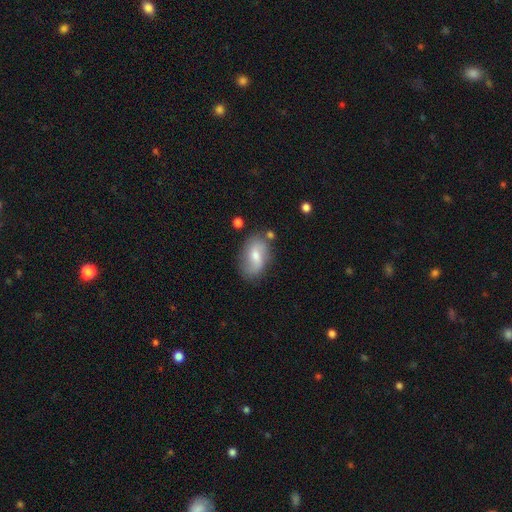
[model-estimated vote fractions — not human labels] A smooth galaxy with no disk features (56%) that is in between round and cigar-shaped (88%).

Vote fractions:
- Smooth or featured? smooth: 56% / featured or disk: 37% / star or artifact: 8%
- How rounded? in between: 88% / round: 10% / cigar-shaped: 2%
- Merging? none: 68% / minor disturbance: 20% / major disturbance: 6% / merger: 5%